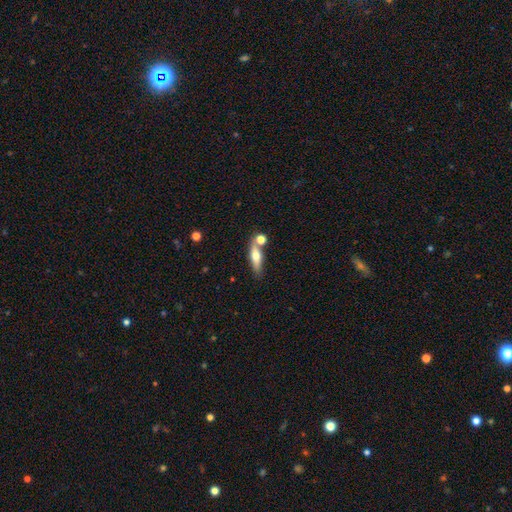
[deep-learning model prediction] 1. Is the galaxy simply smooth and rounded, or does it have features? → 59% smooth, 34% featured or disk, 7% star or artifact.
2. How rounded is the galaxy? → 57% cigar-shaped, 38% in between, 4% round.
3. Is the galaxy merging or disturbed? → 63% none, 20% merger, 13% minor disturbance, 4% major disturbance.